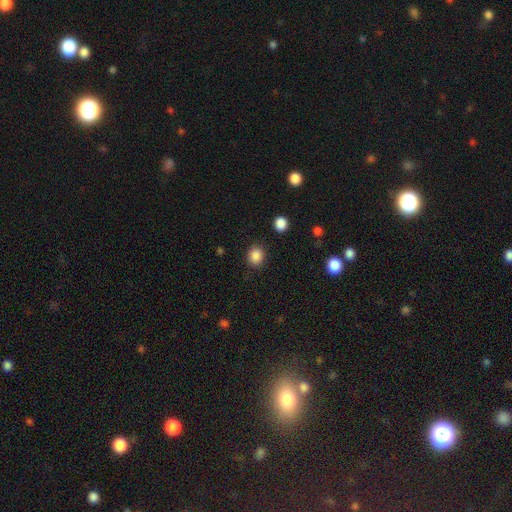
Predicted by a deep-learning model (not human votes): This appears to be a smooth galaxy with no disk features (87%) that is round (78%). Merging: none (87%).